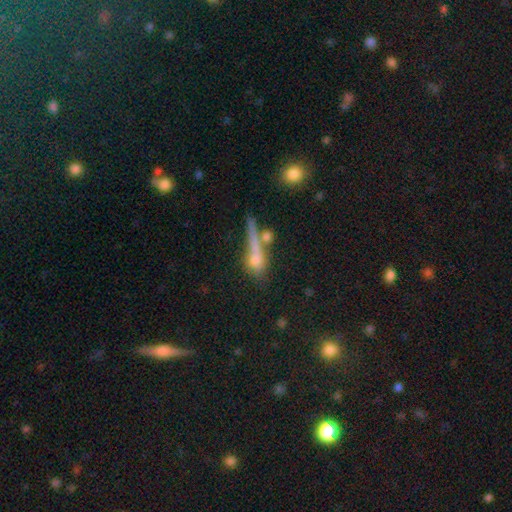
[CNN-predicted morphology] Smooth or featured: smooth — 58% (featured or disk — 29%)
How rounded: cigar-shaped — 52% (in between — 30%)
Merging: none — 39% (merger — 28%)